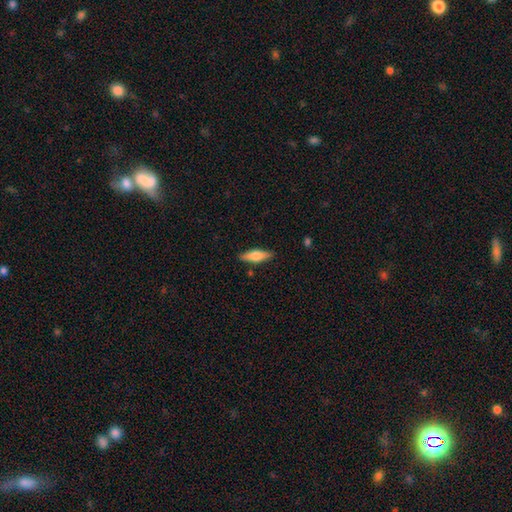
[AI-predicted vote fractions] A smooth galaxy with no disk features (61%) that is in between round and cigar-shaped (51%).

Vote fractions:
- Smooth or featured? smooth: 61% / featured or disk: 33% / star or artifact: 6%
- How rounded? in between: 51% / cigar-shaped: 47% / round: 3%
- Merging? none: 86% / minor disturbance: 10% / major disturbance: 2% / merger: 2%